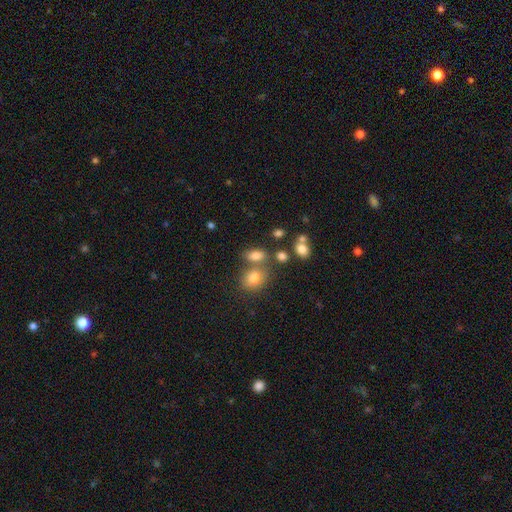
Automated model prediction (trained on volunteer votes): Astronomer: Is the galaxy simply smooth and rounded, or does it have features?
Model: smooth — 77%.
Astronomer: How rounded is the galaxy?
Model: in between — 79%.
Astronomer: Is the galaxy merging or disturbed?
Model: none — 56%.